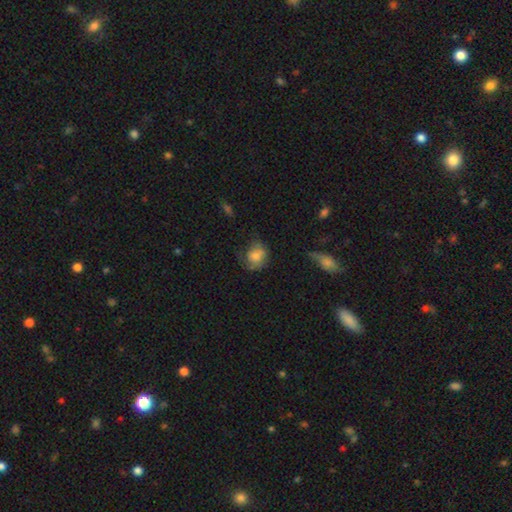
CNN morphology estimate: Smooth or featured? Predicted: smooth (p=0.63). How rounded? Predicted: round (p=0.62). Merging? Predicted: none (p=0.46).